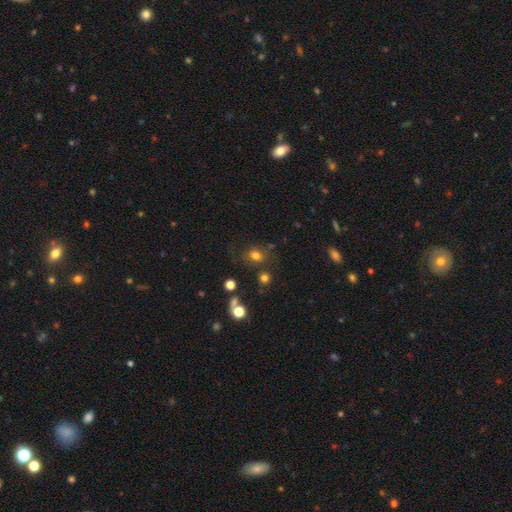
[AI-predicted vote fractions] smooth 72%, star or artifact 18%, featured or disk 10%. Down the decision tree: how rounded — round (53%); merging — none (70%).